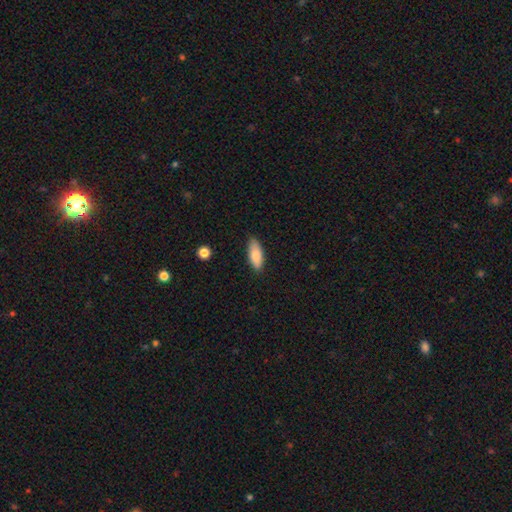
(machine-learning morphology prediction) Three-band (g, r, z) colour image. It shows a smooth galaxy with no disk features (83%) that is in between round and cigar-shaped (77%). Merging: none (84%).